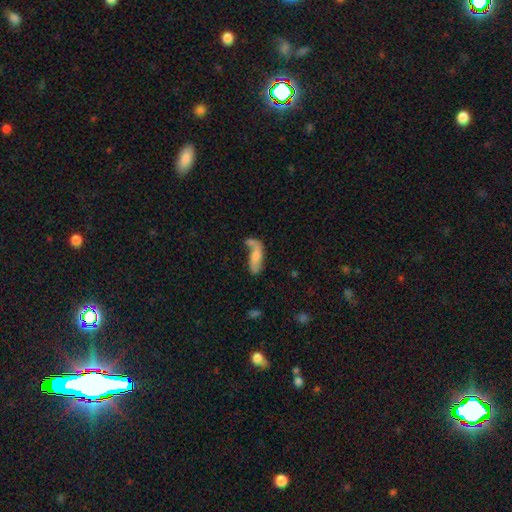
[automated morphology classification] smooth 58%, featured or disk 34%, star or artifact 9%. Down the decision tree: how rounded — in between (61%); merging — merger (34%).